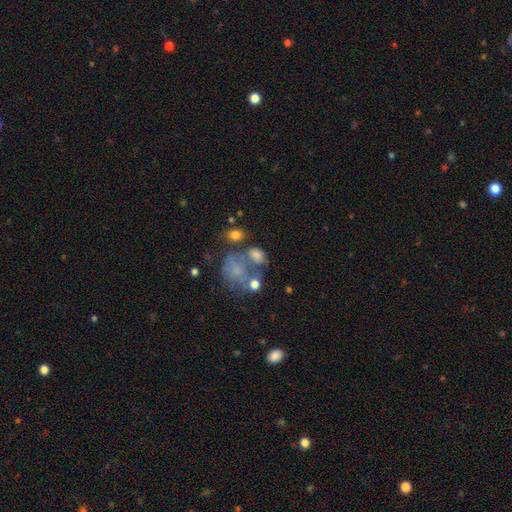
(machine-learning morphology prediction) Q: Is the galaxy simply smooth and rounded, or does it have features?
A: smooth — 67%.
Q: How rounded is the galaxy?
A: in between — 64%.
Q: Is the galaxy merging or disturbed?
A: none — 34%.